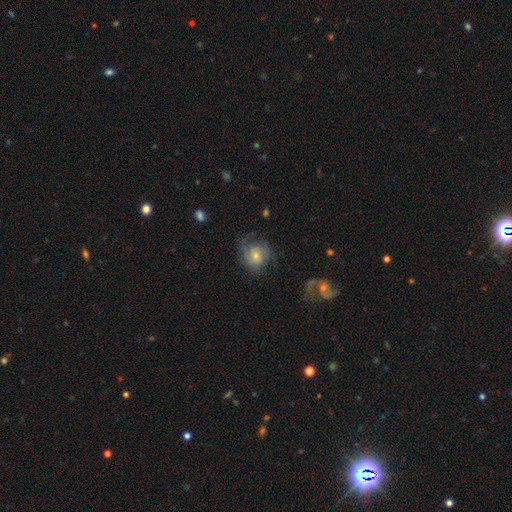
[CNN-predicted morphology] Q: Smooth or featured?
A: featured or disk (65%); runner-up: smooth (27%)
Q: Edge-on disk?
A: no (97%); runner-up: yes (3%)
Q: Bar?
A: no (70%); runner-up: weak (25%)
Q: Spiral arms?
A: yes (88%); runner-up: no (12%)
Q: Spiral winding?
A: tight (40%); tied with: medium (40%)
Q: Spiral arm count?
A: 2 (39%); runner-up: can't tell (28%)
Q: Bulge size?
A: small (55%); runner-up: moderate (38%)
Q: Merging?
A: none (58%); runner-up: minor disturbance (21%)